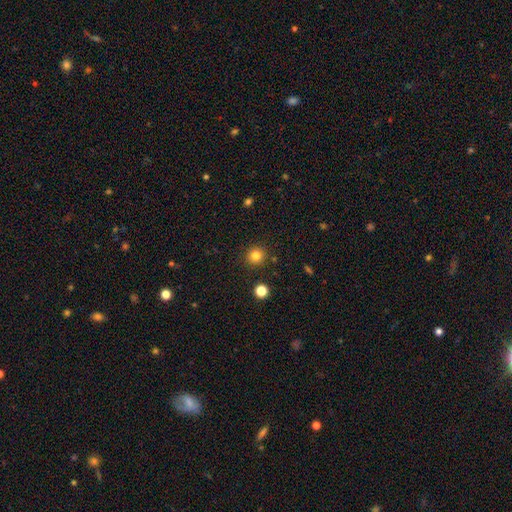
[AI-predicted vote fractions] Smooth or featured: smooth — 82% (star or artifact — 13%)
How rounded: round — 94% (in between — 6%)
Merging: none — 90% (minor disturbance — 6%)